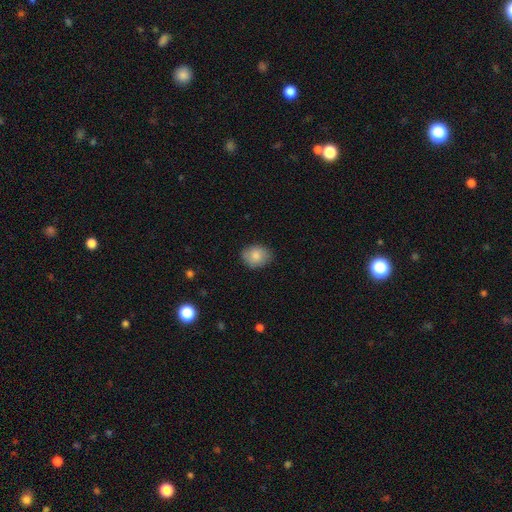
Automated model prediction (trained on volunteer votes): This is clearly a smooth galaxy (83%). How rounded: possibly in between (54%). Merging: clearly none (83%).